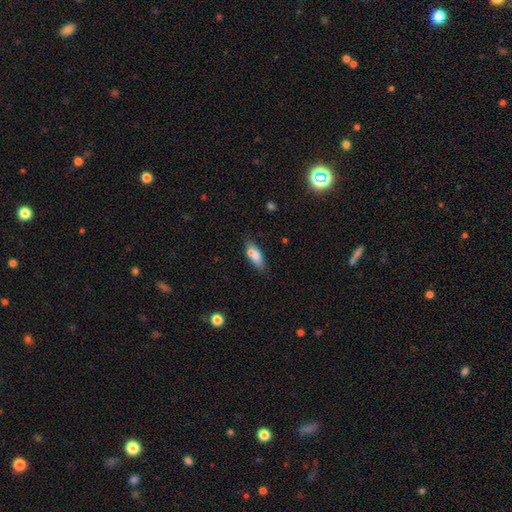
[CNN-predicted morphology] smooth_or_featured: smooth (p=0.76) [alt: featured or disk p=0.16]
how_rounded: in between (p=0.64) [alt: cigar-shaped p=0.33]
merging: none (p=0.63) [alt: minor disturbance p=0.17]